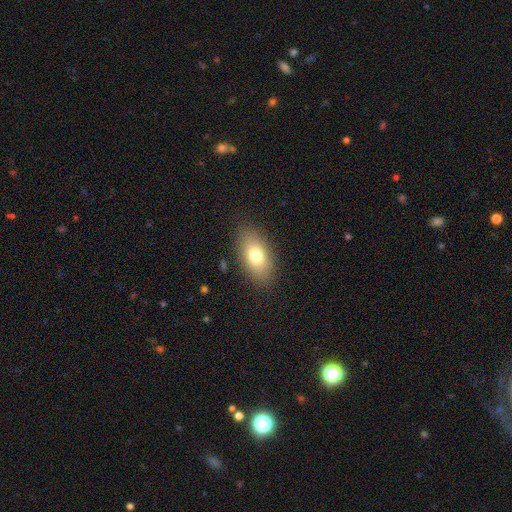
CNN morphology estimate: A smooth galaxy with no disk features (75%) that is in between round and cigar-shaped (89%). Merging: none (85%).